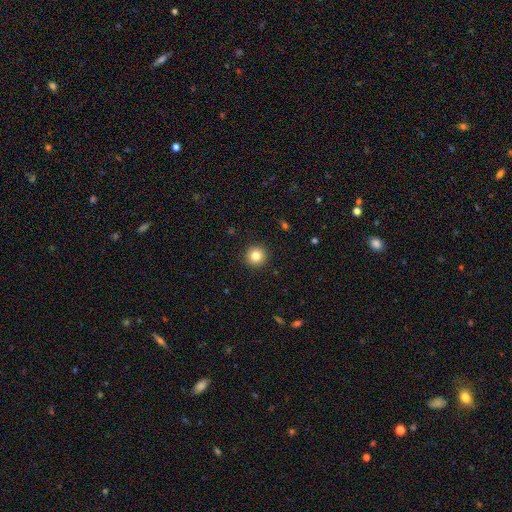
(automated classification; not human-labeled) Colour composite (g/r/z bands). It shows a smooth galaxy with no disk features (83%) that is round (95%). Merging: none (93%).